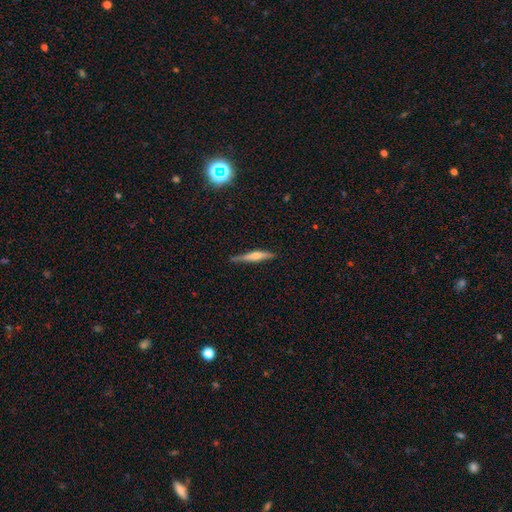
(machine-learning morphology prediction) This appears to be a featured or disk galaxy (58%) viewed edge-on (96%) with a rounded central bulge (82%). Merging: none (82%).